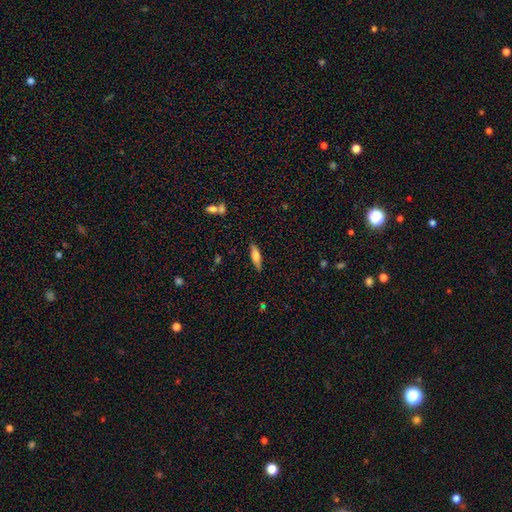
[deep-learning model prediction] The model was most divided on "how rounded": cigar-shaped: 58%, in between: 40%, round: 2%. More confident: merging — none (85%); smooth or featured — smooth (61%).